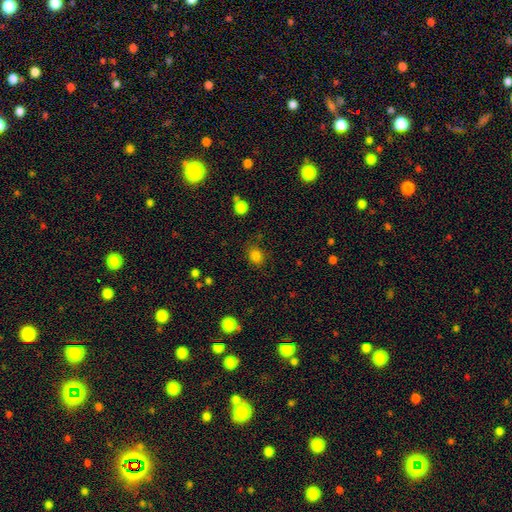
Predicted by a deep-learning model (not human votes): Q: Smooth or featured?
A: smooth (82%); runner-up: star or artifact (13%)
Q: How rounded?
A: round (63%); runner-up: in between (36%)
Q: Merging?
A: none (81%); runner-up: minor disturbance (13%)